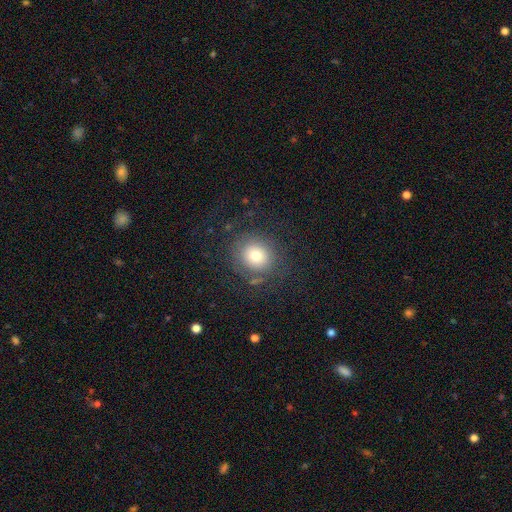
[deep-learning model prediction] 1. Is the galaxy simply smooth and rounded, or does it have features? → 69% smooth, 17% featured or disk, 13% star or artifact.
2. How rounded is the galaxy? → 85% round, 14% in between, 1% cigar-shaped.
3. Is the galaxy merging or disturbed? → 77% none, 12% minor disturbance, 9% major disturbance, 2% merger.